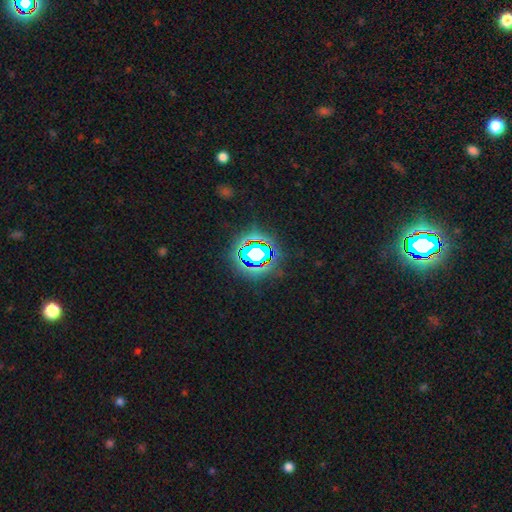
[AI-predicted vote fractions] Overall: star or artifact (71%).